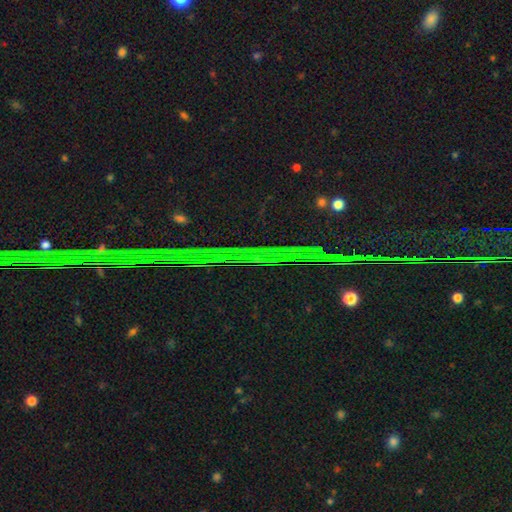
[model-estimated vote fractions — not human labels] Q: Smooth or featured?
A: star or artifact (87%); runner-up: featured or disk (7%)